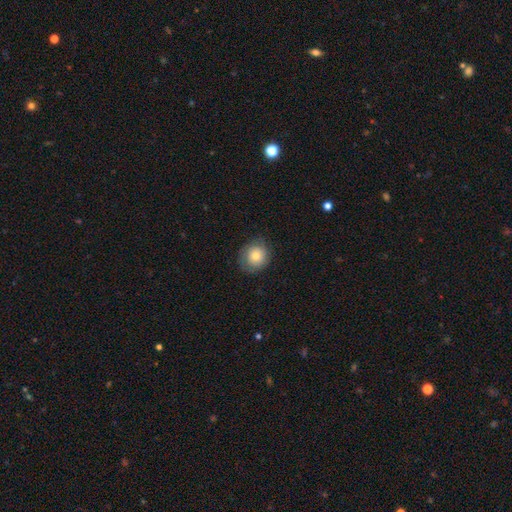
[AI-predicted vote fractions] A smooth galaxy with no disk features (74%) that is round (83%). Merging: none (79%).